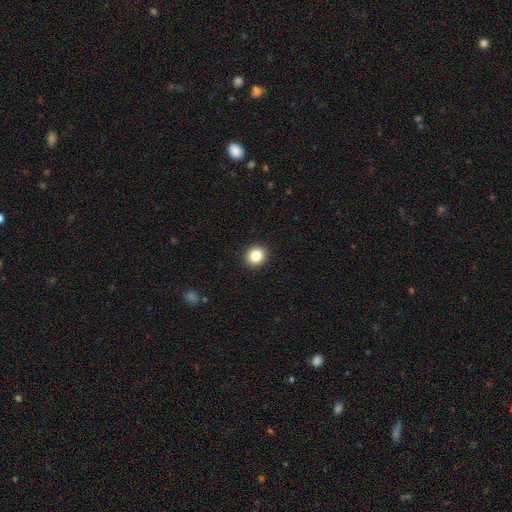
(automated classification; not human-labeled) smooth-or-featured: smooth: 84% | star or artifact: 10% | featured or disk: 6%
  how-rounded: round: 87% | in between: 12% | cigar-shaped: 1%
  merging: none: 93% | minor disturbance: 5% | major disturbance: 2% | merger: 1%